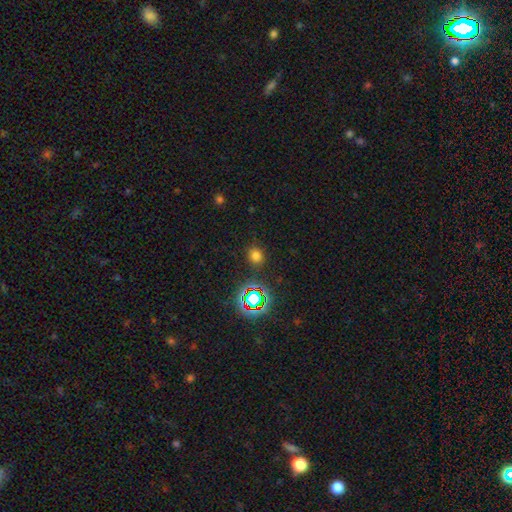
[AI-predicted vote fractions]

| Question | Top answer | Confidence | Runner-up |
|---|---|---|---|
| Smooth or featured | smooth | 70% | star or artifact (24%) |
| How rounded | round | 72% | in between (27%) |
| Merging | none | 86% | minor disturbance (8%) |